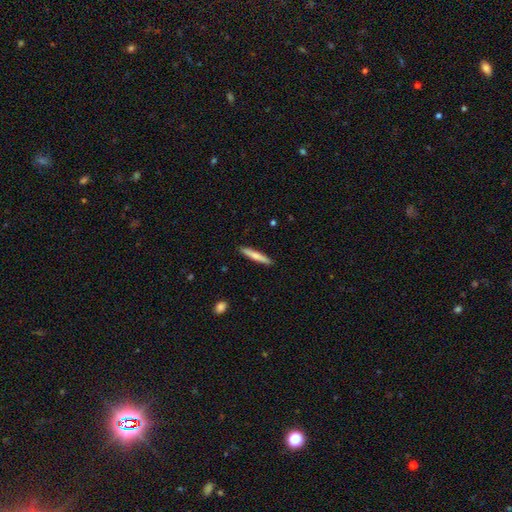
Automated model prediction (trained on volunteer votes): Smooth or featured: smooth — 70% (featured or disk — 25%)
How rounded: cigar-shaped — 93% (in between — 5%)
Merging: none — 91% (minor disturbance — 6%)